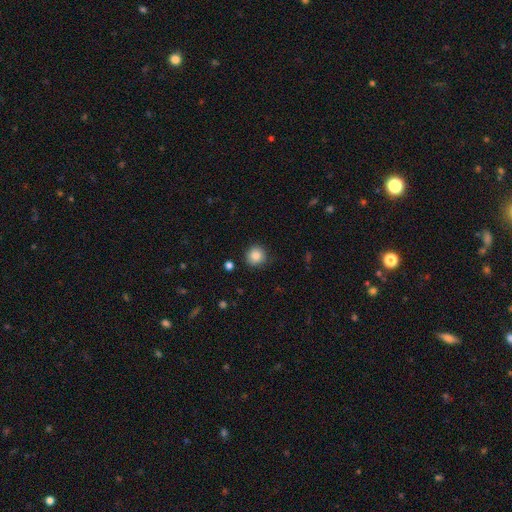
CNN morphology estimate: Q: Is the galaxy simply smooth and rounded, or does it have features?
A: smooth — 87%.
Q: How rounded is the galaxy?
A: round — 92%.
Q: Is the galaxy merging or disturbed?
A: none — 87%.